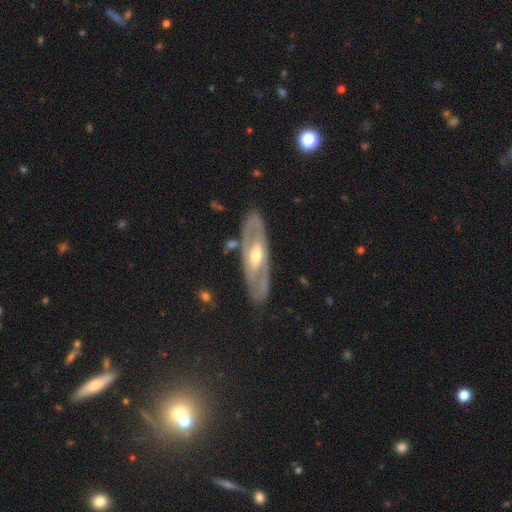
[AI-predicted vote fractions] A featured or disk galaxy (76%) with no bar (52%), no spiral arms (54%) and a moderate central bulge (67%). Merging: none (82%).